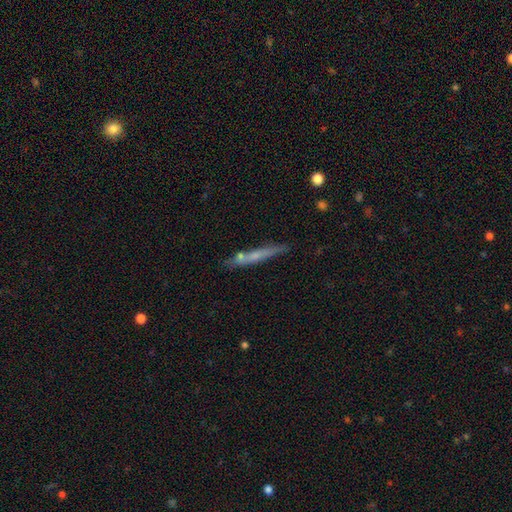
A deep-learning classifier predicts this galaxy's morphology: Smooth or featured?
  - smooth: 51% *
  - featured or disk: 41%
  - star or artifact: 8%
How rounded?
  - cigar-shaped: 94% *
  - in between: 4%
  - round: 2%
Merging?
  - none: 74% *
  - minor disturbance: 15%
  - merger: 8%
  - major disturbance: 4%